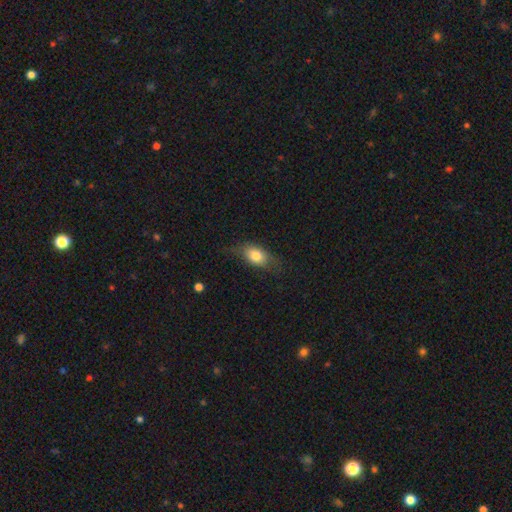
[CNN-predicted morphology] This appears to be a smooth galaxy with no disk features (74%) that is in between round and cigar-shaped (76%). Merging: none (63%).